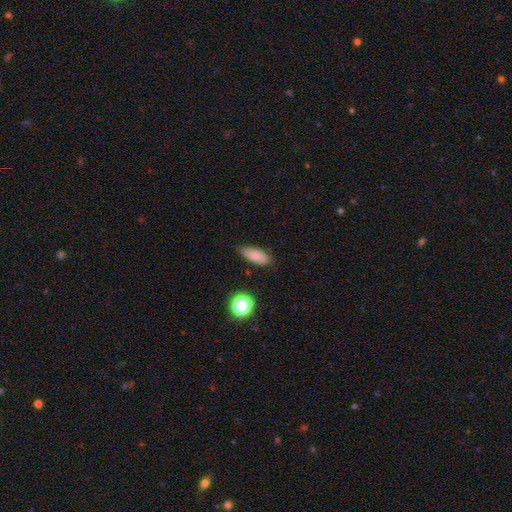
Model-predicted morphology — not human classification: A smooth galaxy with no disk features (81%) that is in between round and cigar-shaped (76%).

Vote fractions:
- Smooth or featured? smooth: 81% / featured or disk: 10% / star or artifact: 9%
- How rounded? in between: 76% / cigar-shaped: 20% / round: 3%
- Merging? none: 80% / minor disturbance: 16% / major disturbance: 3% / merger: 2%